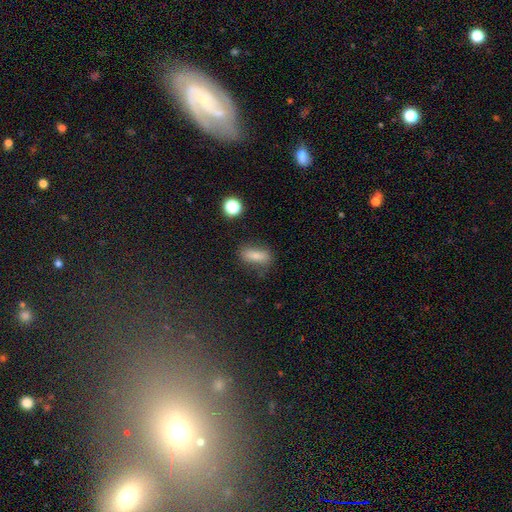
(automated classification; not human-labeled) Morphology: type=smooth (79%); roundness=in between (71%); merging=none (69%).